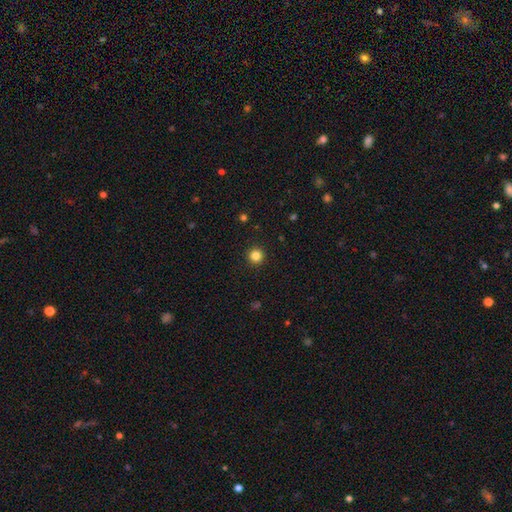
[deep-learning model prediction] smooth_or_featured: smooth (p=0.84) [alt: star or artifact p=0.12]
how_rounded: round (p=0.96) [alt: in between p=0.03]
merging: none (p=0.93) [alt: minor disturbance p=0.04]